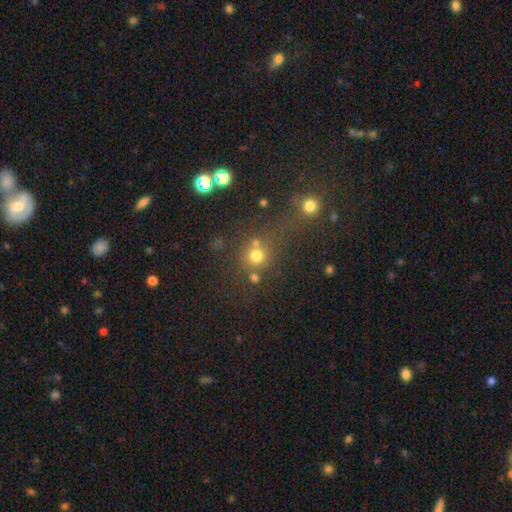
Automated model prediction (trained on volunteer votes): The model was most divided on "merging": none: 57%, merger: 25%, minor disturbance: 10%, major disturbance: 8%. More confident: how rounded — round (88%); smooth or featured — smooth (71%).